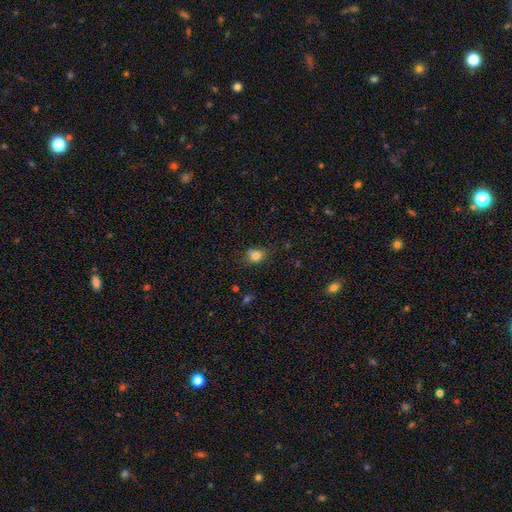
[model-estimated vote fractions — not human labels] smooth-or-featured: smooth: 79% | star or artifact: 12% | featured or disk: 8%
  how-rounded: in between: 52% | round: 47% | cigar-shaped: 1%
  merging: none: 64% | minor disturbance: 25% | merger: 6% | major disturbance: 6%